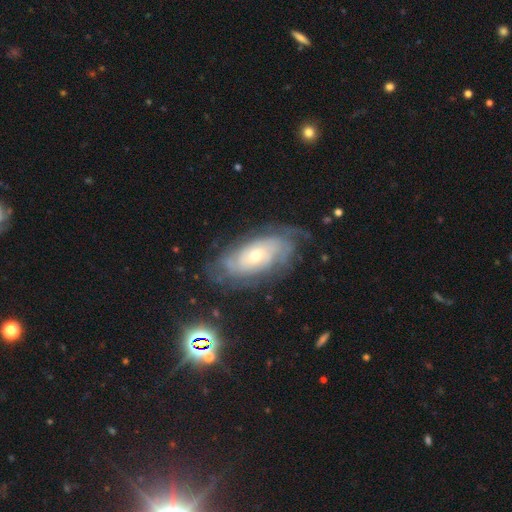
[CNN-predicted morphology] smooth-or-featured: featured or disk: 77% | smooth: 15% | star or artifact: 7%
  disk-edge-on: no: 92% | yes: 8%
    bar: no: 75% | weak: 20% | strong: 5%
    has-spiral-arms: yes: 89% | no: 11%
      spiral-winding: tight: 70% | medium: 23% | loose: 7%
      spiral-arm-count: can't tell: 58% | 2: 16% | 3: 9% | 4: 8% | more than 4: 5% | 1: 4%
    bulge-size: small: 52% | moderate: 42% | large: 3% | none: 1% | dominant: 1%
  merging: none: 67% | minor disturbance: 21% | major disturbance: 10% | merger: 2%